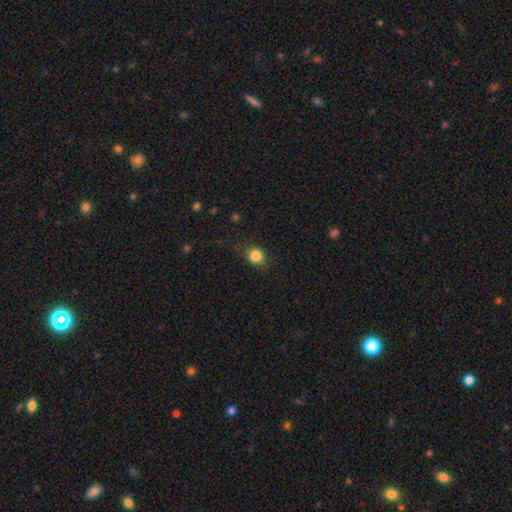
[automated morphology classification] This appears to be a smooth galaxy with no disk features (85%) that is round (71%). Merging: none (80%).